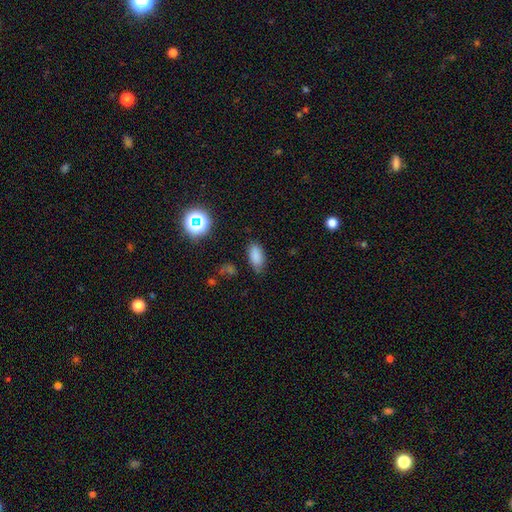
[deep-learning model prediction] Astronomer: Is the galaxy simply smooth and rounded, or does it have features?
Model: smooth — 81%.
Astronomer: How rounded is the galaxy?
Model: in between — 90%.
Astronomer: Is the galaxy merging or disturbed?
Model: none — 75%.